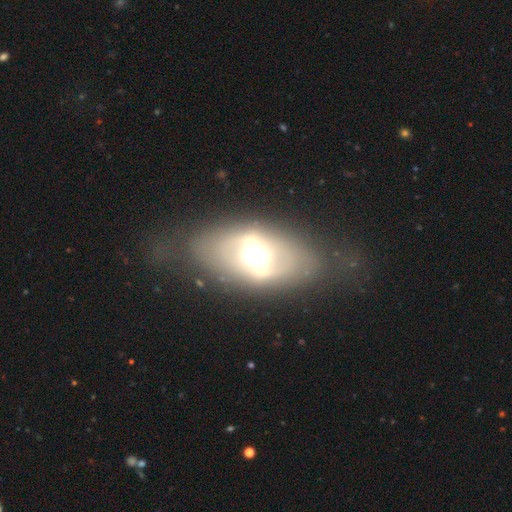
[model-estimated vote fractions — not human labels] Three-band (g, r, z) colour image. It shows a featured or disk galaxy (55%). Merging: none (77%).